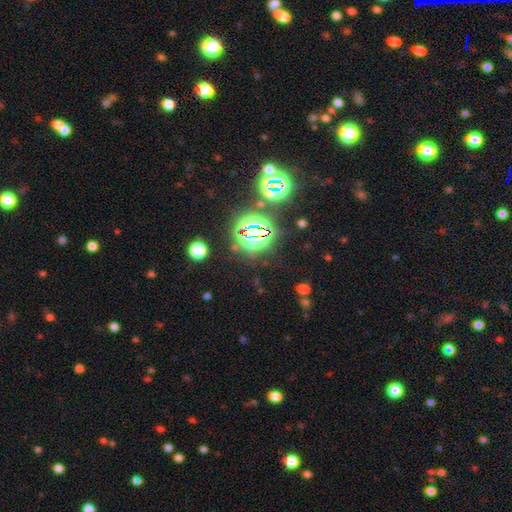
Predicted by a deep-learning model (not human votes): smooth_or_featured: star or artifact (p=0.77) [alt: smooth p=0.16]